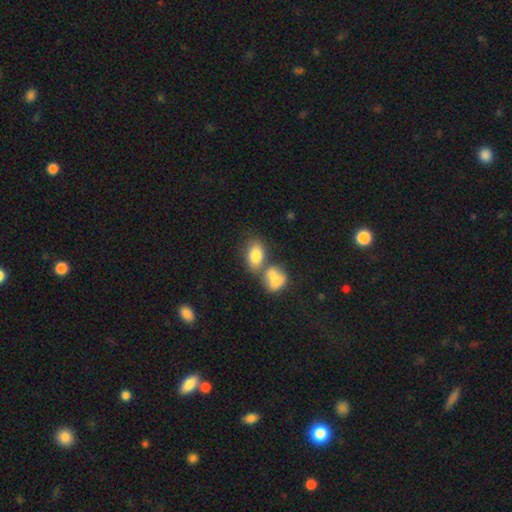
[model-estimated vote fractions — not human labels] Morphology: type=smooth (81%); roundness=in between (84%); merging=merger (44%).